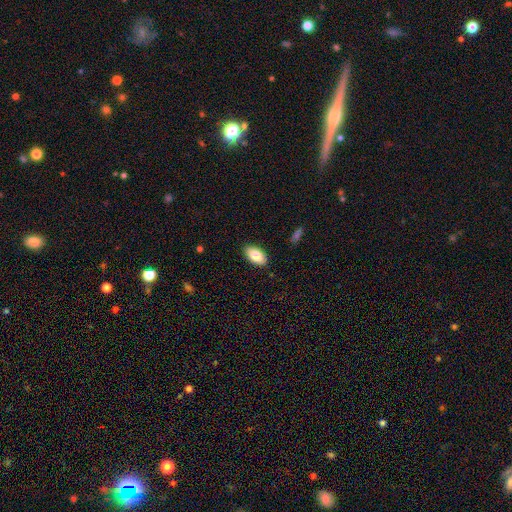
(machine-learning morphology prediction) Q: Smooth or featured?
A: smooth (84%); runner-up: featured or disk (10%)
Q: How rounded?
A: in between (94%); runner-up: round (3%)
Q: Merging?
A: none (88%); runner-up: minor disturbance (9%)